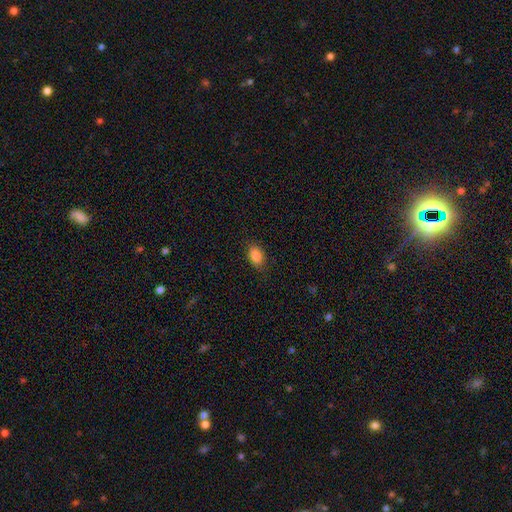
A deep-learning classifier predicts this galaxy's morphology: This is clearly a smooth galaxy (86%). How rounded: clearly in between (83%). Merging: clearly none (84%).